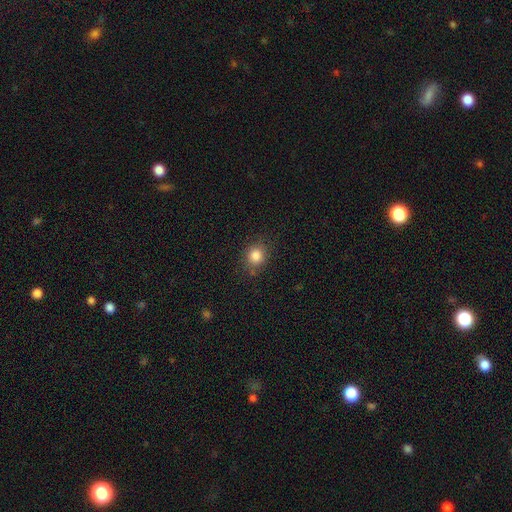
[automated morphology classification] Smooth or featured: smooth — 83% (star or artifact — 11%)
How rounded: round — 79% (in between — 20%)
Merging: none — 82% (minor disturbance — 12%)